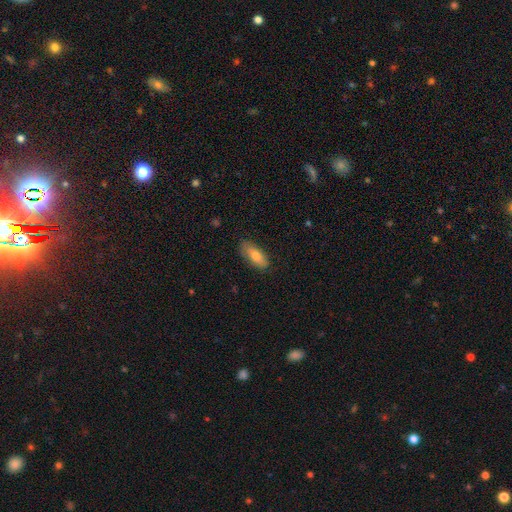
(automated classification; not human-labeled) Overall: smooth (75%). How rounded: in between (74%). Merging: none (82%).